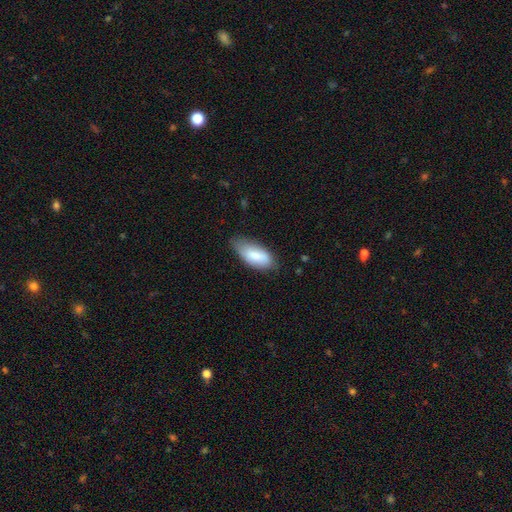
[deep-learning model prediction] Smooth or featured? smooth (81%)
How rounded? in between (89%)
Merging? none (63%)